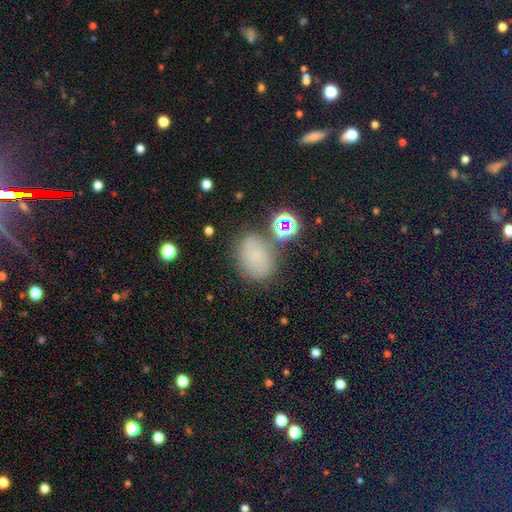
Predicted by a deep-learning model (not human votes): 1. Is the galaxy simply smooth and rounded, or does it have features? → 63% smooth, 23% star or artifact, 14% featured or disk.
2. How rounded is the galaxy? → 67% in between, 32% round, 1% cigar-shaped.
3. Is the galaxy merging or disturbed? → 67% none, 19% minor disturbance, 8% merger, 7% major disturbance.